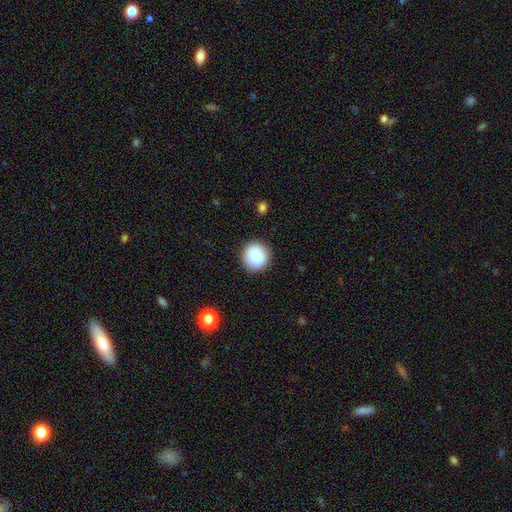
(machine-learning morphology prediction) Q: Smooth or featured?
A: smooth (88%); runner-up: star or artifact (8%)
Q: How rounded?
A: round (94%); runner-up: in between (6%)
Q: Merging?
A: none (90%); runner-up: minor disturbance (7%)